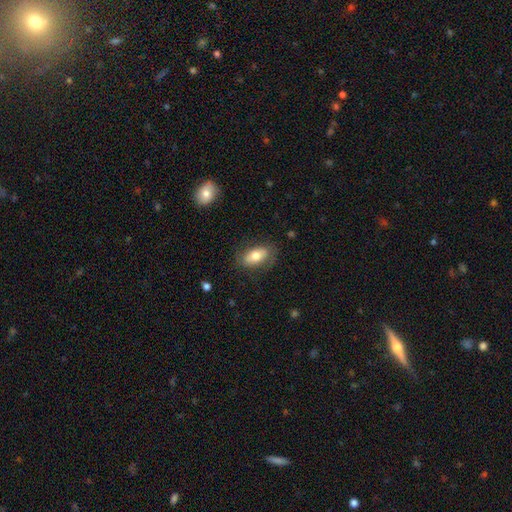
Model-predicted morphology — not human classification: smooth_or_featured: smooth (p=0.70) [alt: featured or disk p=0.24]
how_rounded: in between (p=0.89) [alt: cigar-shaped p=0.06]
merging: none (p=0.78) [alt: minor disturbance p=0.15]